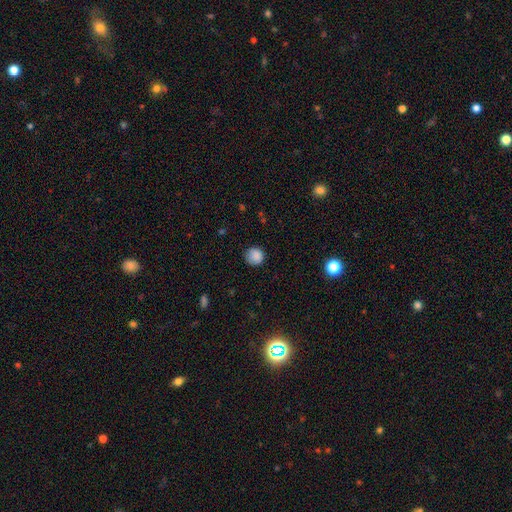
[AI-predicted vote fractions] Smooth or featured? Predicted: smooth (p=0.86). How rounded? Predicted: round (p=0.92). Merging? Predicted: none (p=0.81).